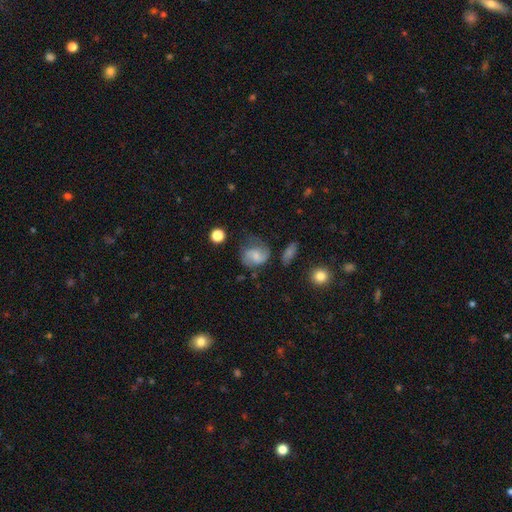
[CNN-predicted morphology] Smooth or featured: featured or disk — 53% (smooth — 39%)
Edge-on disk: no — 97% (yes — 3%)
Bar: no — 55% (weak — 37%)
Spiral arms: yes — 88% (no — 12%)
Bulge size: small — 44% (moderate — 37%)
Merging: none — 55% (minor disturbance — 27%)